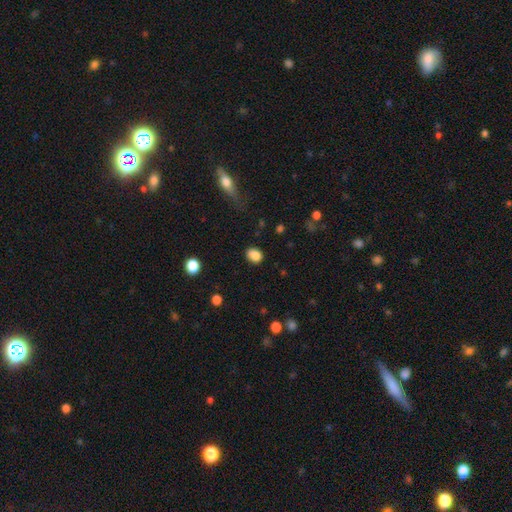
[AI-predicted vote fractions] smooth_or_featured: smooth (p=0.84) [alt: star or artifact p=0.10]
how_rounded: round (p=0.51) [alt: in between p=0.48]
merging: none (p=0.78) [alt: minor disturbance p=0.15]